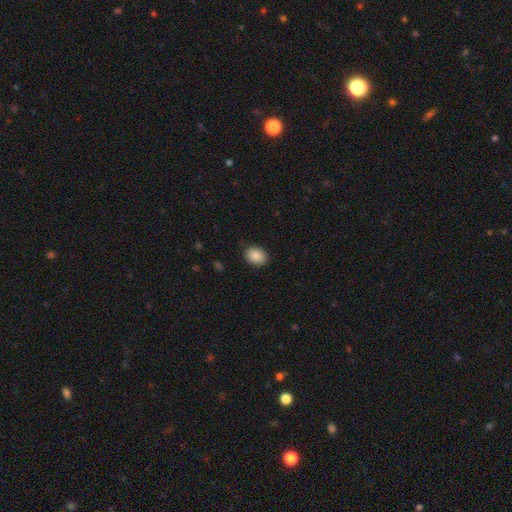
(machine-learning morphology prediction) Smooth or featured? smooth (88%)
How rounded? in between (64%)
Merging? none (86%)